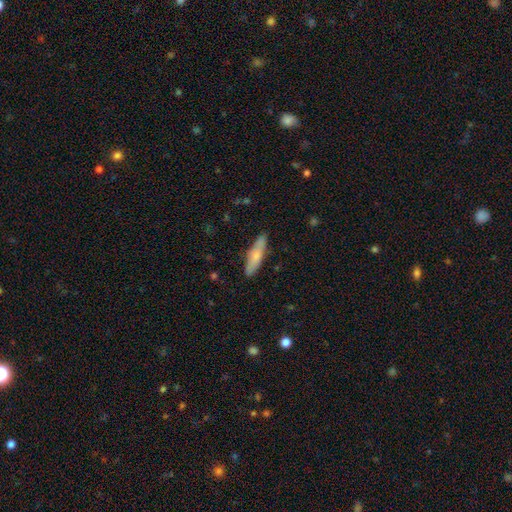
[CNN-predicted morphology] The model was most divided on "how rounded": cigar-shaped: 70%, in between: 28%, round: 2%. More confident: merging — none (86%); smooth or featured — smooth (68%).